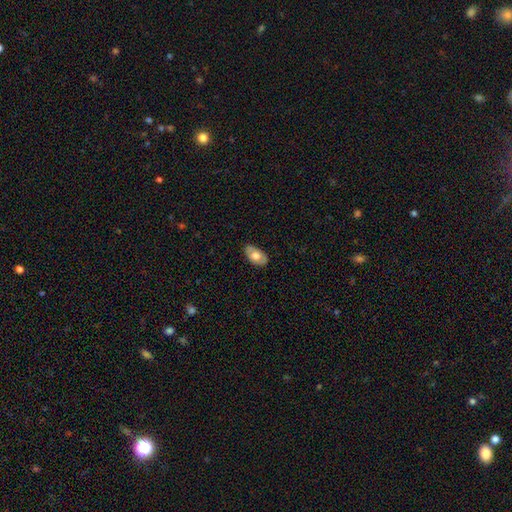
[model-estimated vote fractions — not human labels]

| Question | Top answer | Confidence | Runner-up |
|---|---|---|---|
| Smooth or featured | smooth | 66% | featured or disk (28%) |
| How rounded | in between | 93% | round (5%) |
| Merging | none | 83% | minor disturbance (14%) |